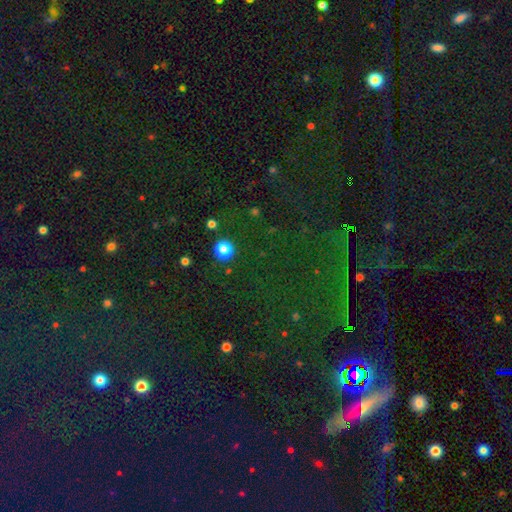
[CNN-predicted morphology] A star or artifact, not a galaxy (74%).

Vote fractions:
- Smooth or featured? star or artifact: 74% / smooth: 16% / featured or disk: 10%